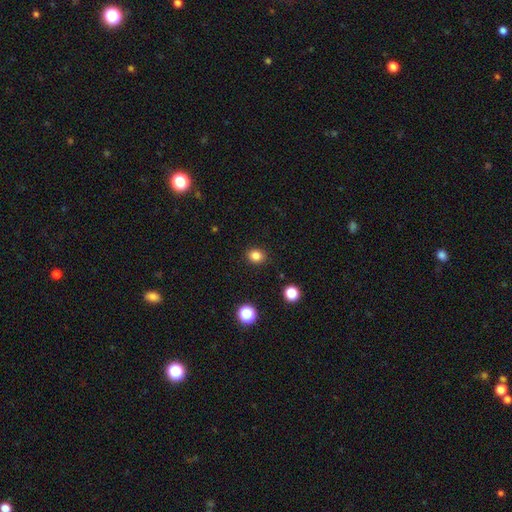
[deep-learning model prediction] smooth 83%, star or artifact 13%, featured or disk 5%. Down the decision tree: how rounded — round (67%); merging — none (89%).